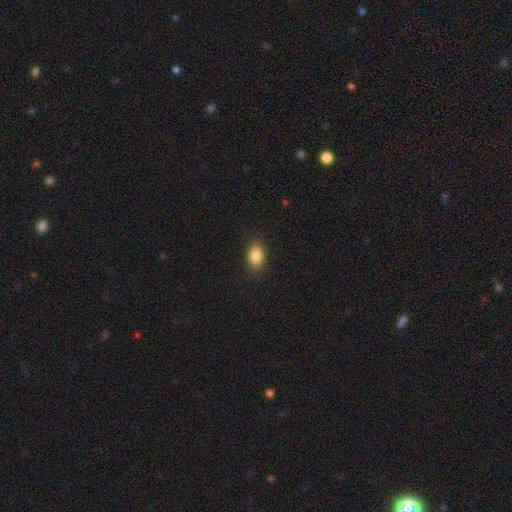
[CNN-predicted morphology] This is clearly a smooth galaxy (86%). How rounded: clearly in between (87%). Merging: clearly none (85%).